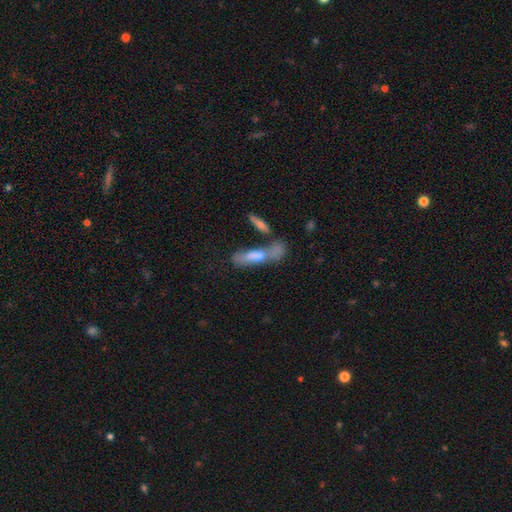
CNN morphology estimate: Overall: smooth (54%; featured or disk 34%). How rounded: cigar-shaped (62%; in between 35%). Merging: merger (47%; none 33%).